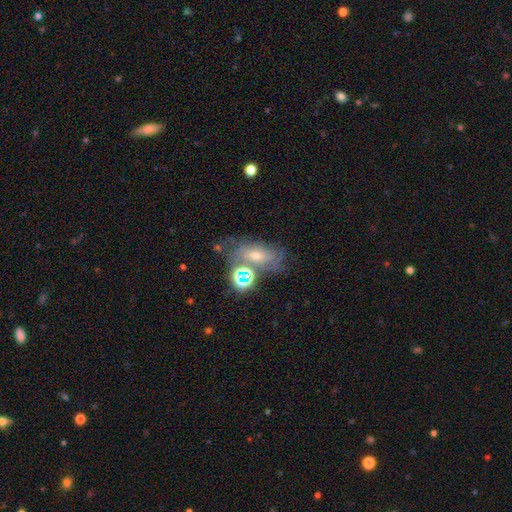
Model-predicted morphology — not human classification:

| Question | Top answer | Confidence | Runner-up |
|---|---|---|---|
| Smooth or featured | featured or disk | 37% | tied: smooth (37%) |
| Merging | none | 47% | minor disturbance (20%) |